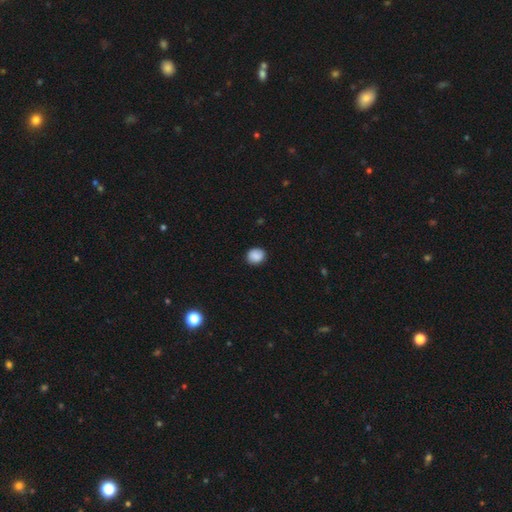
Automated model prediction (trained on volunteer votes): Smooth or featured? smooth (88%)
How rounded? round (73%)
Merging? none (88%)